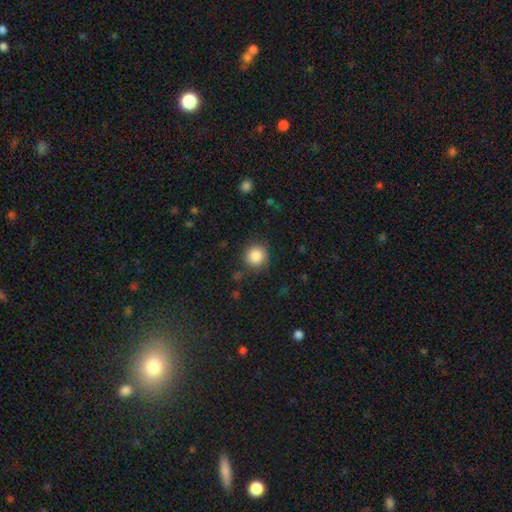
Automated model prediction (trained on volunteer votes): The model was most divided on "smooth or featured": smooth: 86%, star or artifact: 9%, featured or disk: 4%. More confident: how rounded — round (93%); merging — none (87%).